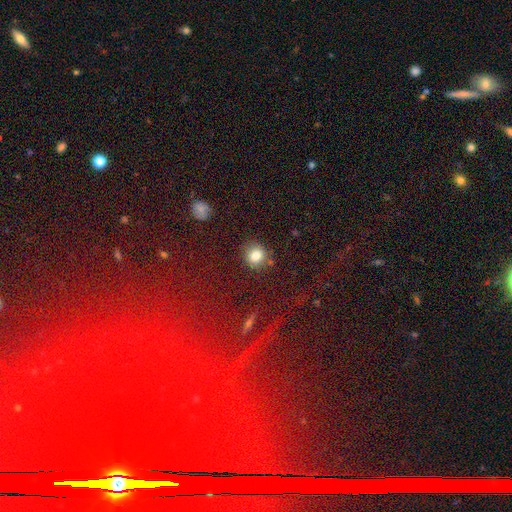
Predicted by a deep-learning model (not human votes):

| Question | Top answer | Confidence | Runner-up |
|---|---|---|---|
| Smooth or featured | smooth | 80% | star or artifact (12%) |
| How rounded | round | 84% | in between (15%) |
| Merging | none | 80% | minor disturbance (12%) |